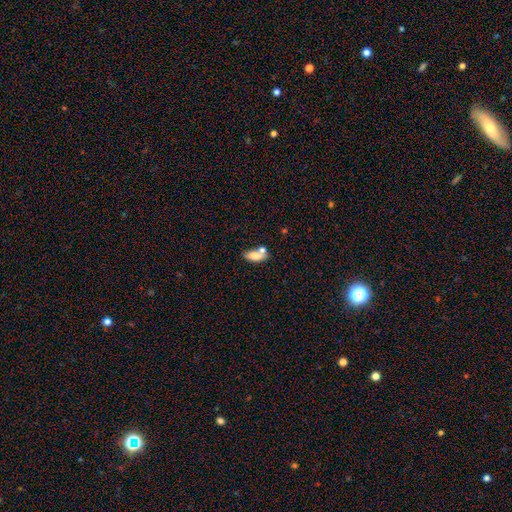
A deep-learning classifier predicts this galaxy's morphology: Smooth or featured: smooth — 79% (featured or disk — 12%)
How rounded: in between — 82% (cigar-shaped — 14%)
Merging: none — 50% (merger — 30%)